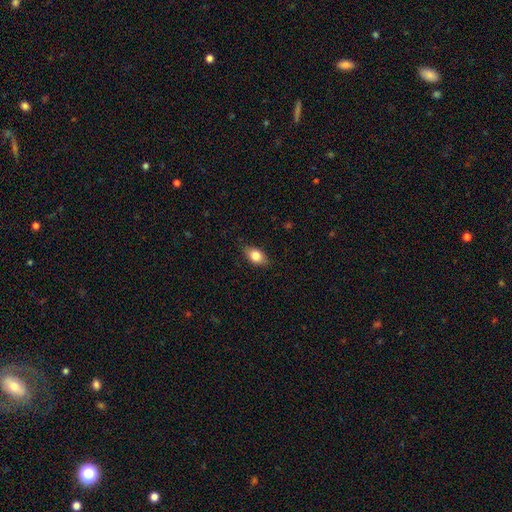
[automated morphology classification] The model was most divided on "smooth or featured": smooth: 80%, featured or disk: 12%, star or artifact: 8%. More confident: how rounded — in between (84%); merging — none (83%).